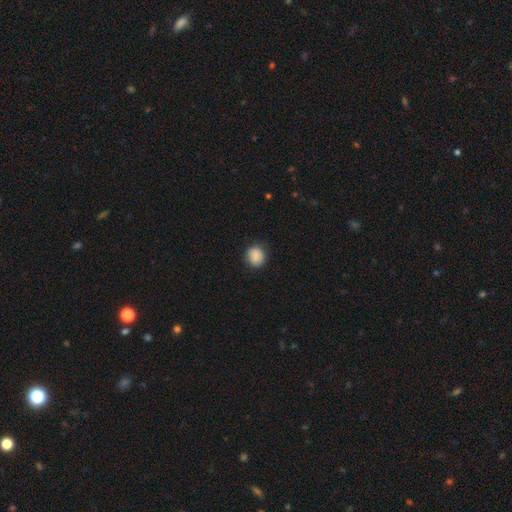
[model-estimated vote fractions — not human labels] A smooth galaxy with no disk features (87%) that is round (77%). Merging: none (83%).